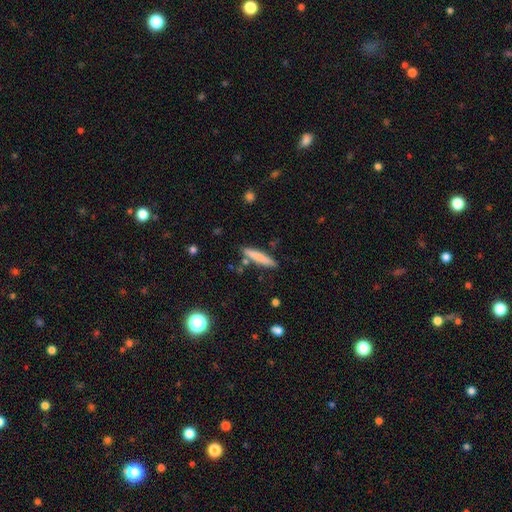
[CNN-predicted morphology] Overall: smooth (78%). How rounded: cigar-shaped (90%). Merging: none (83%).